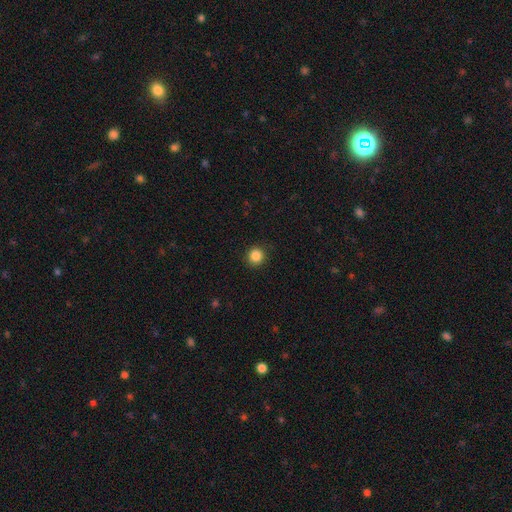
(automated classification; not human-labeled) smooth 86%, star or artifact 10%, featured or disk 3%. Down the decision tree: how rounded — round (94%); merging — none (91%).